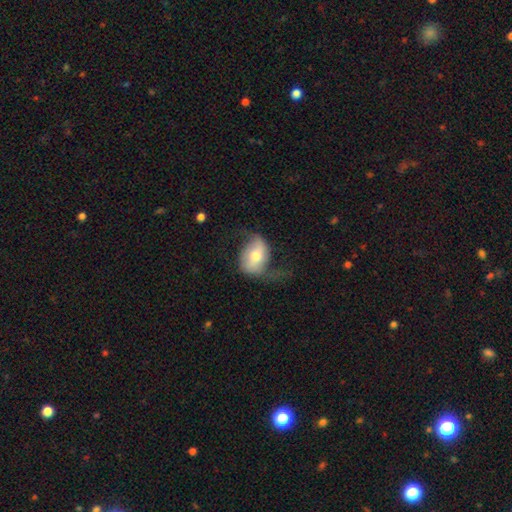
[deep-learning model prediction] This appears to be a featured or disk galaxy (54%) with no bar (46%), spiral arms (73%) and a moderate central bulge (67%). Merging: none (45%).